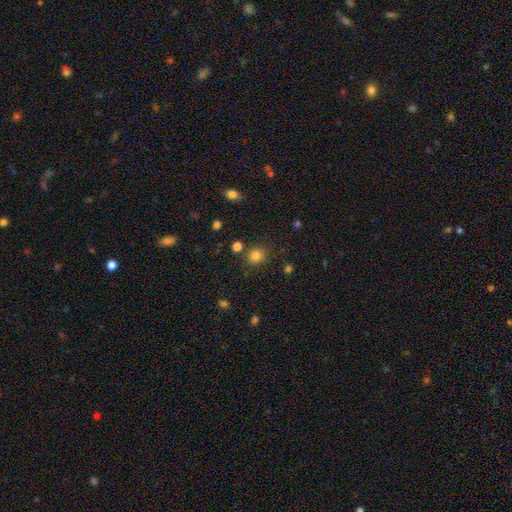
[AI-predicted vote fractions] Smooth or featured? smooth (82%)
How rounded? round (82%)
Merging? none (82%)